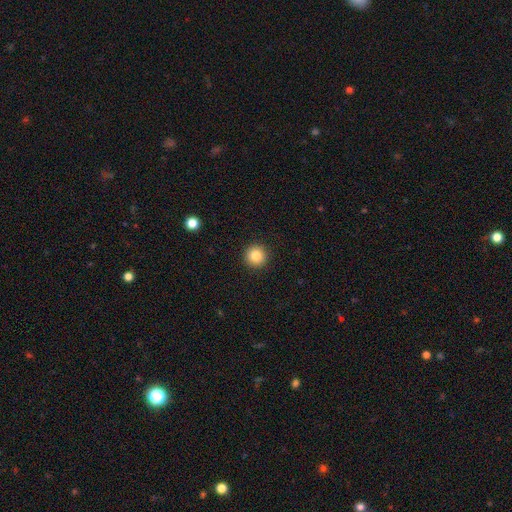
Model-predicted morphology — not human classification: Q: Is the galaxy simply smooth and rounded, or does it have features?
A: smooth — 83%.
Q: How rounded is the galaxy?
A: round — 96%.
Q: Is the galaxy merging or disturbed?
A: none — 93%.